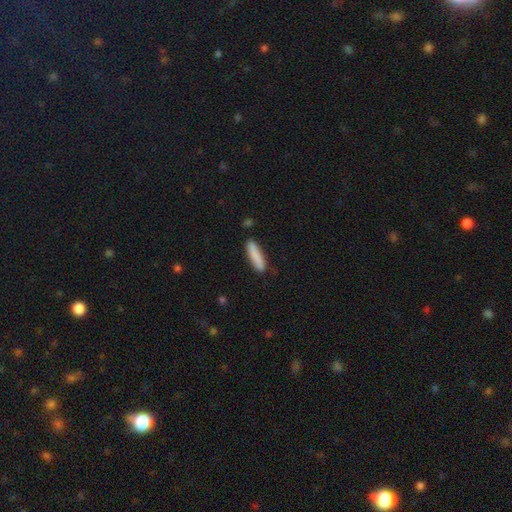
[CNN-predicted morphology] type=smooth (86%); roundness=cigar-shaped (82%); merging=none (87%).